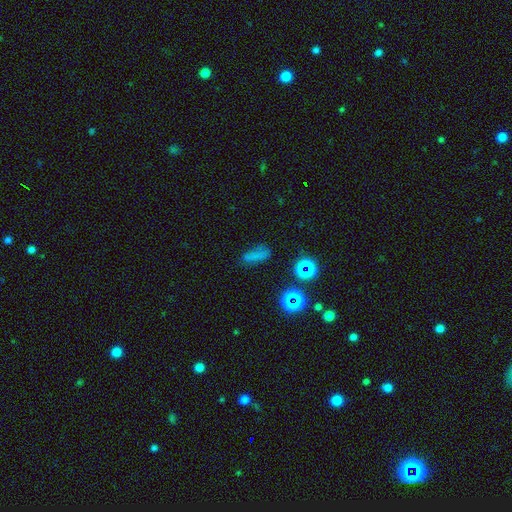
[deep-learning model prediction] smooth 59%, star or artifact 27%, featured or disk 14%. Down the decision tree: how rounded — in between (54%); merging — none (62%).